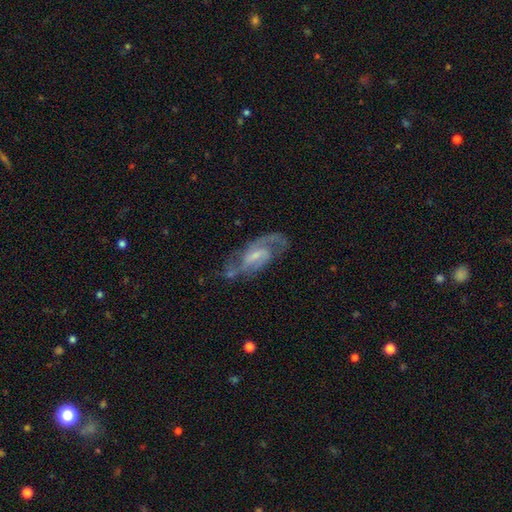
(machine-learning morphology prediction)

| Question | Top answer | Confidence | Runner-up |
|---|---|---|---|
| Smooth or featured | featured or disk | 84% | smooth (10%) |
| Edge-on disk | no | 95% | yes (5%) |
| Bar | weak | 54% | no (27%) |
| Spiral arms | yes | 93% | no (7%) |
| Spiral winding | medium | 53% | loose (25%) |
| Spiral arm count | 2 | 77% | can't tell (9%) |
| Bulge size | small | 56% | moderate (26%) |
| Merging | none | 61% | minor disturbance (20%) |